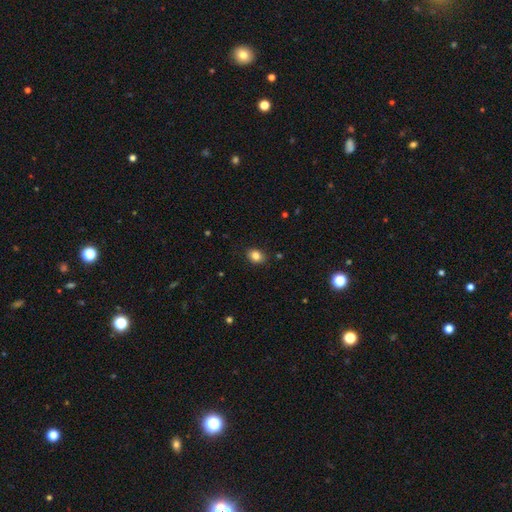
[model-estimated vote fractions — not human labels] This is clearly a smooth galaxy (84%). How rounded: likely in between (64%). Merging: clearly none (86%).